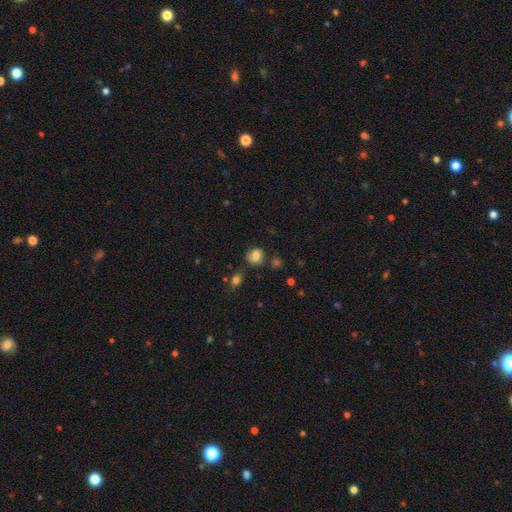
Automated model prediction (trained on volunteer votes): Morphology: type=smooth (79%); roundness=round (68%); merging=none (63%).